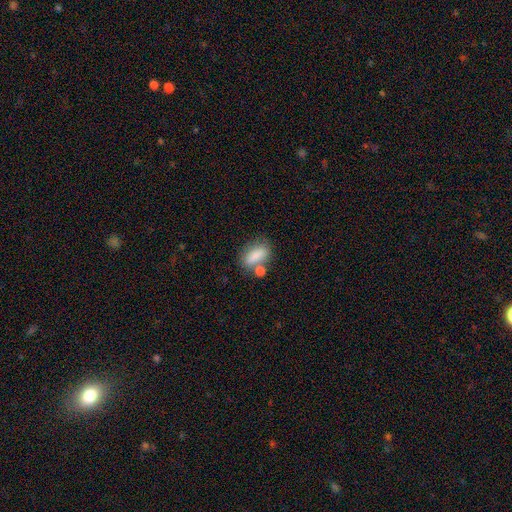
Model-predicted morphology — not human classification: smooth 82%, featured or disk 10%, star or artifact 8%. Down the decision tree: how rounded — in between (82%); merging — none (50%).